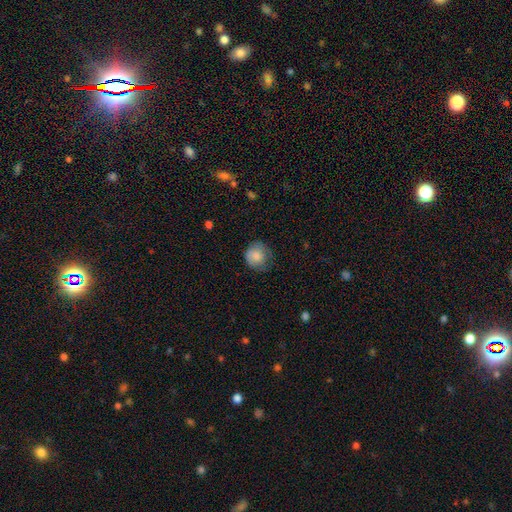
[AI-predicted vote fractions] Smooth or featured? Predicted: smooth (p=0.80). How rounded? Predicted: round (p=0.85). Merging? Predicted: none (p=0.63).